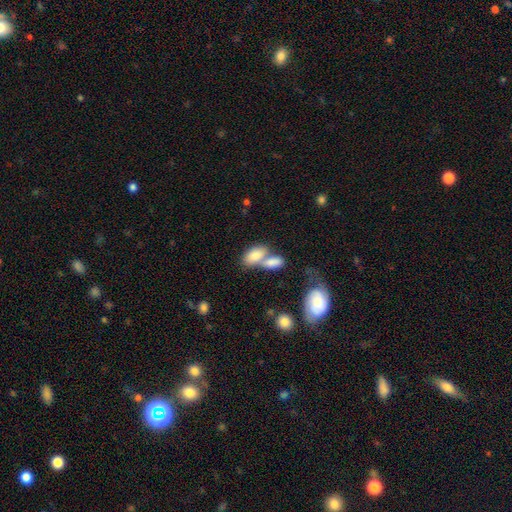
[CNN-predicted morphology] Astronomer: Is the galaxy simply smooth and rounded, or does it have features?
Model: smooth — 81%.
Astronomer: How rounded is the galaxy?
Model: in between — 91%.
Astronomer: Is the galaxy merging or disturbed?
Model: merger — 62%.